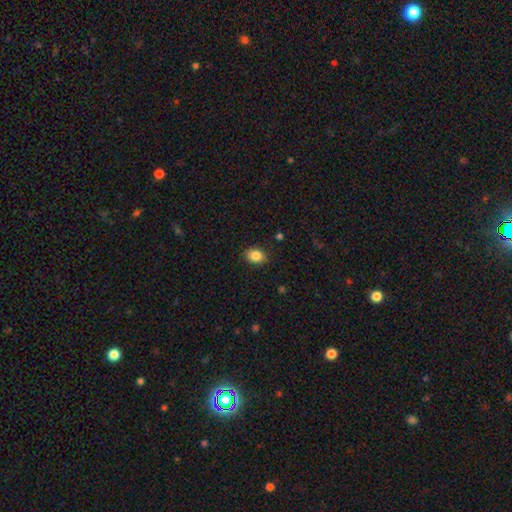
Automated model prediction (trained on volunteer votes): smooth-or-featured: smooth: 86% | star or artifact: 9% | featured or disk: 6%
  how-rounded: in between: 71% | round: 28% | cigar-shaped: 1%
  merging: none: 88% | minor disturbance: 9% | major disturbance: 2% | merger: 1%